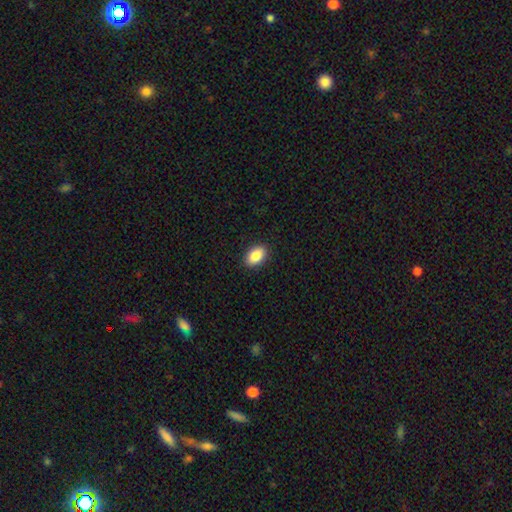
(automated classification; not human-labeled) Smooth or featured?
  - smooth: 87% *
  - star or artifact: 7%
  - featured or disk: 6%
How rounded?
  - in between: 89% *
  - round: 9%
  - cigar-shaped: 2%
Merging?
  - none: 90% *
  - minor disturbance: 7%
  - major disturbance: 2%
  - merger: 1%